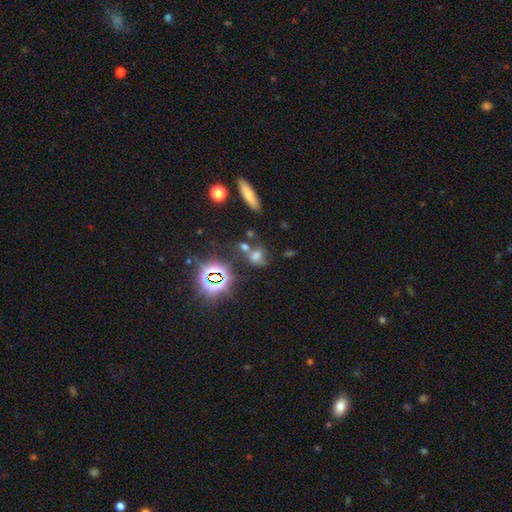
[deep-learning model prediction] Overall: smooth (50%; star or artifact 36%). How rounded: in between (55%; round 40%). Merging: none (49%; merger 27%).